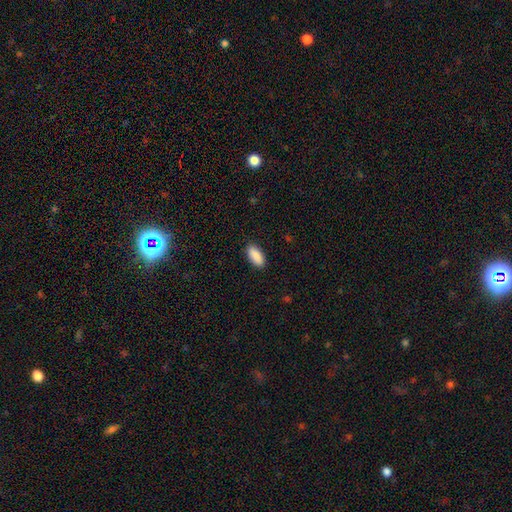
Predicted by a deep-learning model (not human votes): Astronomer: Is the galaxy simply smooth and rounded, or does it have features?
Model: smooth — 90%.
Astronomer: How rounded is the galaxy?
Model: in between — 89%.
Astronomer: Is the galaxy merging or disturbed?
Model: none — 89%.